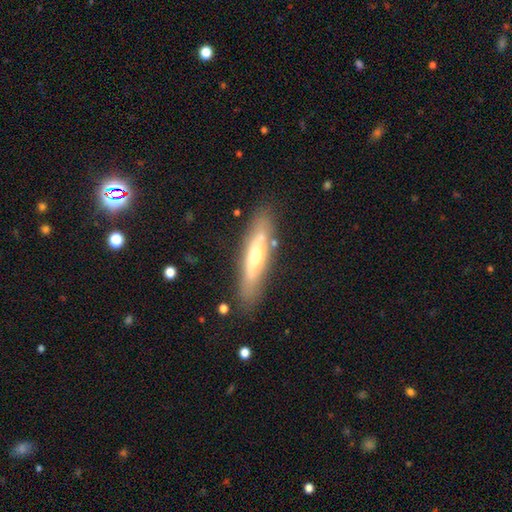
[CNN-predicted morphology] Smooth or featured: featured or disk — 55% (smooth — 38%)
Edge-on disk: yes — 67% (no — 33%)
Merging: none — 80% (minor disturbance — 13%)